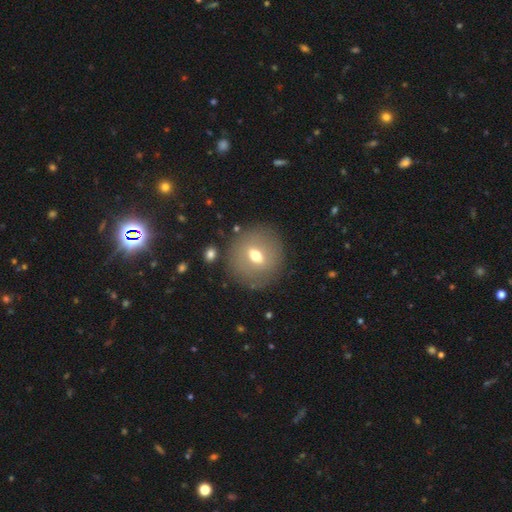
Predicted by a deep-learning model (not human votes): This appears to be a smooth galaxy with no disk features (51%) that is round (77%). Merging: none (82%).